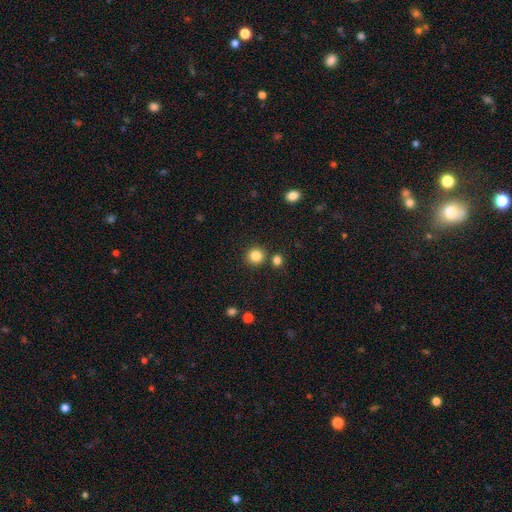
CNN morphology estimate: A smooth galaxy with no disk features (84%) that is round (93%). Merging: none (84%).